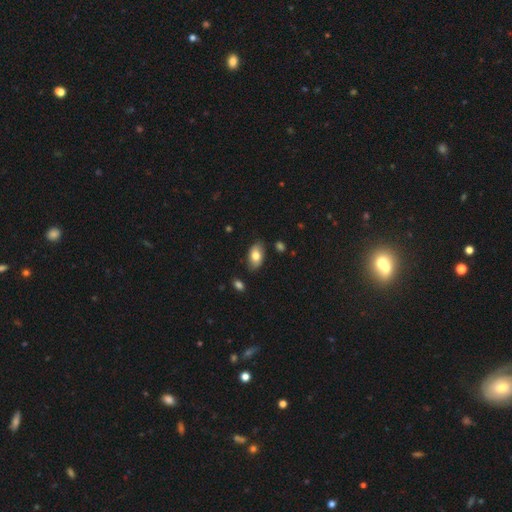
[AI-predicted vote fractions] This is likely a smooth galaxy (78%). How rounded: clearly in between (93%). Merging: clearly none (83%).